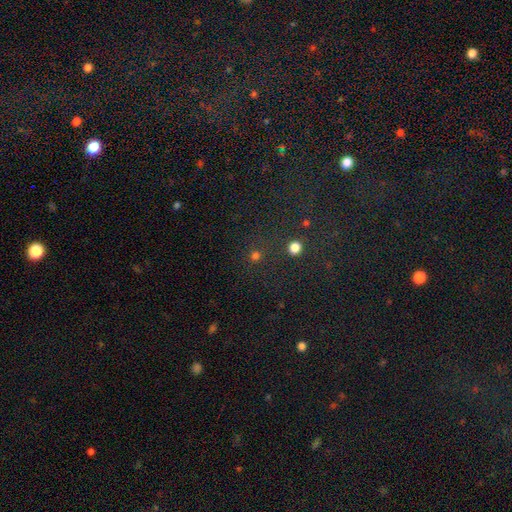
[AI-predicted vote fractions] Smooth or featured?
  - smooth: 58% *
  - star or artifact: 36%
  - featured or disk: 6%
How rounded?
  - round: 91% *
  - in between: 8%
  - cigar-shaped: 1%
Merging?
  - none: 81% *
  - minor disturbance: 8%
  - merger: 7%
  - major disturbance: 5%